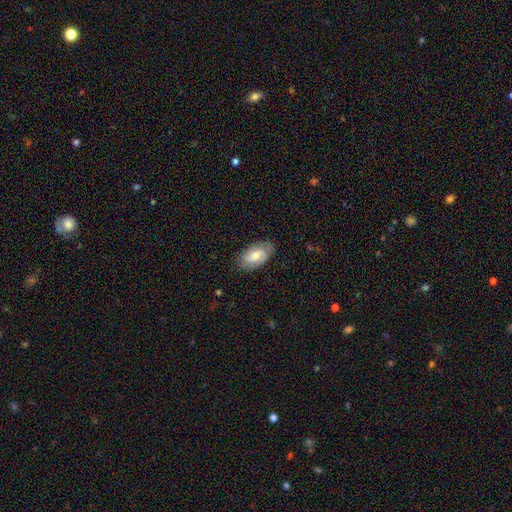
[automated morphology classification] smooth_or_featured: smooth (p=0.57) [alt: featured or disk p=0.37]
how_rounded: in between (p=0.94) [alt: round p=0.04]
merging: none (p=0.79) [alt: minor disturbance p=0.16]